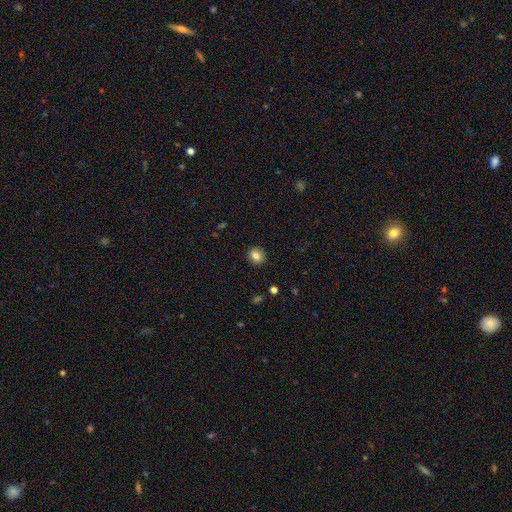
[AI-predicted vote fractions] The model was most divided on "how rounded": round: 69%, in between: 30%, cigar-shaped: 1%. More confident: merging — none (88%); smooth or featured — smooth (81%).